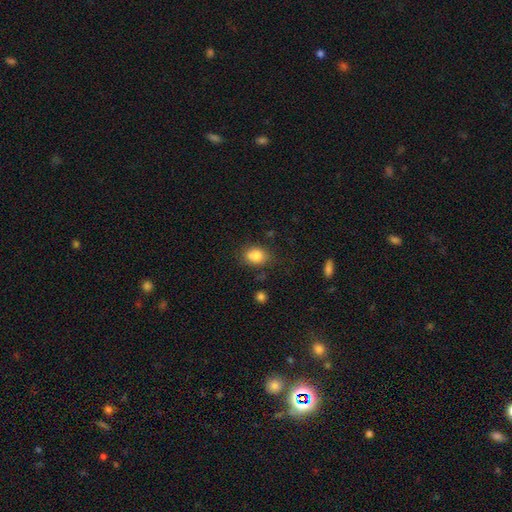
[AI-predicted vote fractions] A smooth galaxy with no disk features (84%) that is in between round and cigar-shaped (61%).

Vote fractions:
- Smooth or featured? smooth: 84% / star or artifact: 9% / featured or disk: 7%
- How rounded? in between: 61% / round: 38% / cigar-shaped: 1%
- Merging? none: 71% / minor disturbance: 18% / merger: 5% / major disturbance: 5%